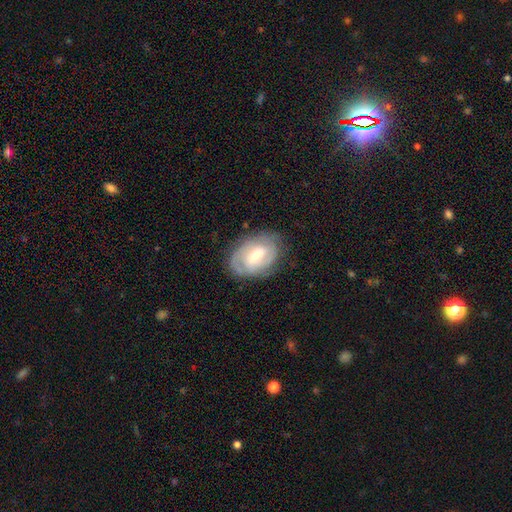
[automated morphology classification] This appears to be a featured or disk galaxy (71%) with a weak bar (52%), 2 (48%) tight (57%) spiral arms (82%) and a moderate central bulge (55%). Merging: none (73%).